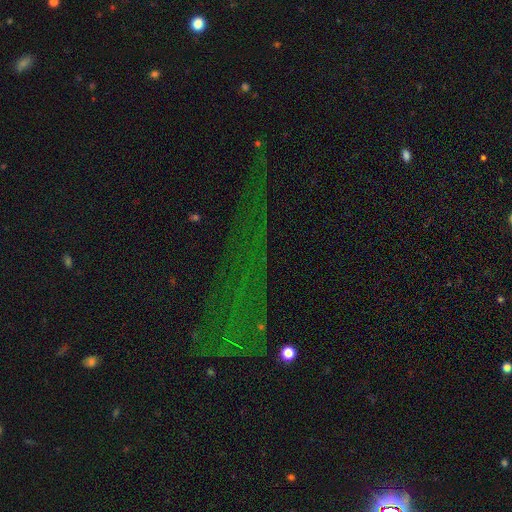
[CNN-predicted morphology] type=star or artifact (74%).